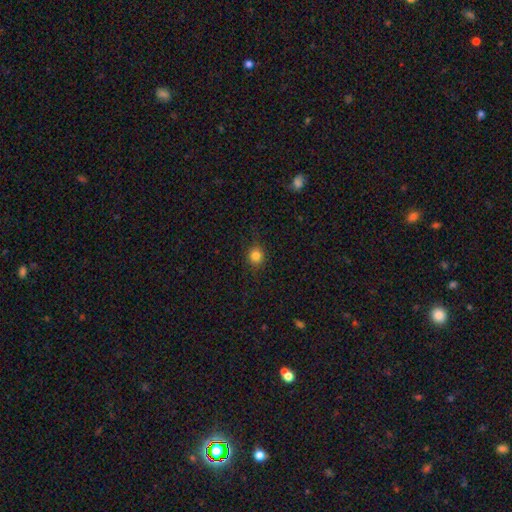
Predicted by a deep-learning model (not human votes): smooth 82%, star or artifact 13%, featured or disk 5%. Down the decision tree: how rounded — round (86%); merging — none (86%).